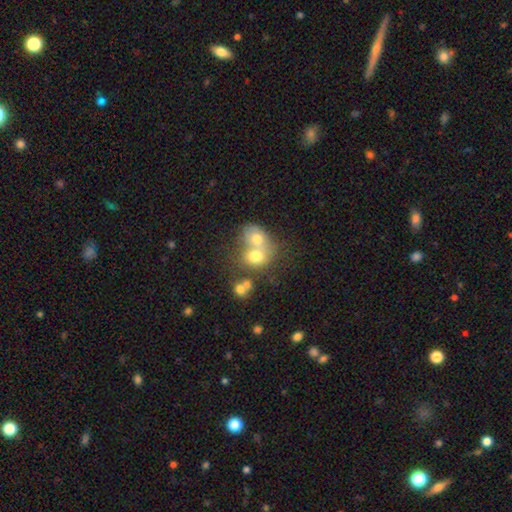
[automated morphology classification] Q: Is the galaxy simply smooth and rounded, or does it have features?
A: smooth — 66%.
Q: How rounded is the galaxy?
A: round — 61%.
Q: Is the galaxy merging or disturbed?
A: merger — 65%.